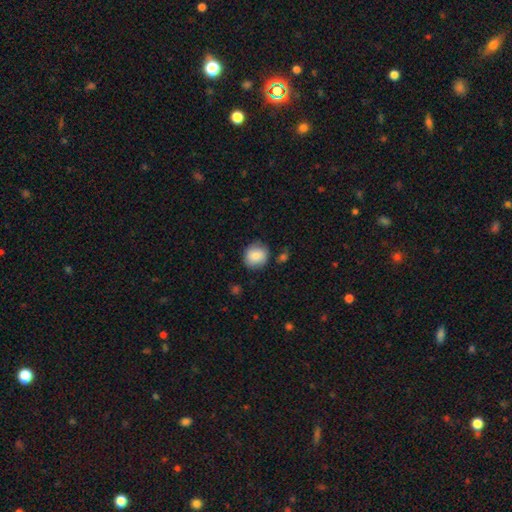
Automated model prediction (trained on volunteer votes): The model was most divided on "how rounded": round: 80%, in between: 19%, cigar-shaped: 1%. More confident: smooth or featured — smooth (84%); merging — none (78%).